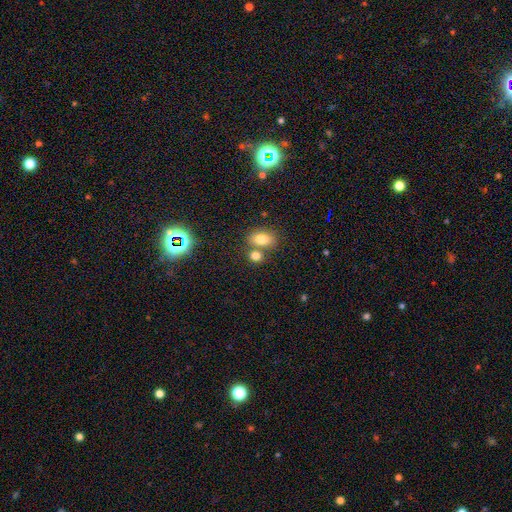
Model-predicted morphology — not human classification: The model was most divided on "merging": none: 50%, merger: 37%, minor disturbance: 10%, major disturbance: 3%. More confident: smooth or featured — smooth (78%); how rounded — in between (64%).